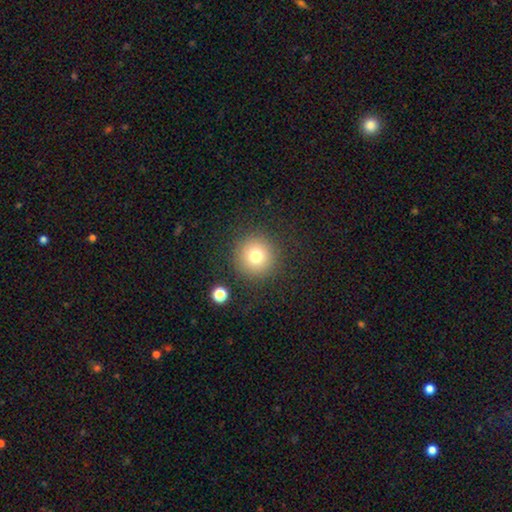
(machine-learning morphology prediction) The model was most divided on "smooth or featured": smooth: 75%, star or artifact: 14%, featured or disk: 11%. More confident: how rounded — round (95%); merging — none (87%).